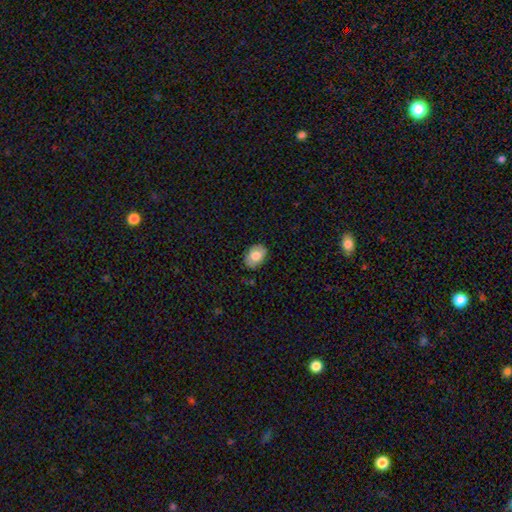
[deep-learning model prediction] smooth-or-featured: smooth: 77% | featured or disk: 16% | star or artifact: 7%
  how-rounded: in between: 83% | round: 16% | cigar-shaped: 1%
  merging: none: 83% | minor disturbance: 13% | major disturbance: 2% | merger: 1%